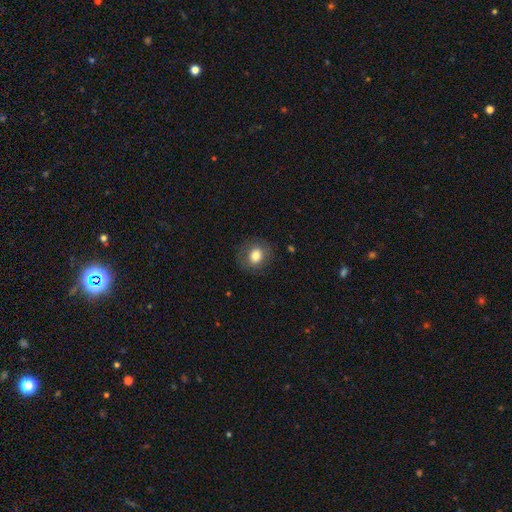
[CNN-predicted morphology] The model was most divided on "how rounded": round: 71%, in between: 28%, cigar-shaped: 1%. More confident: merging — none (83%); smooth or featured — smooth (75%).